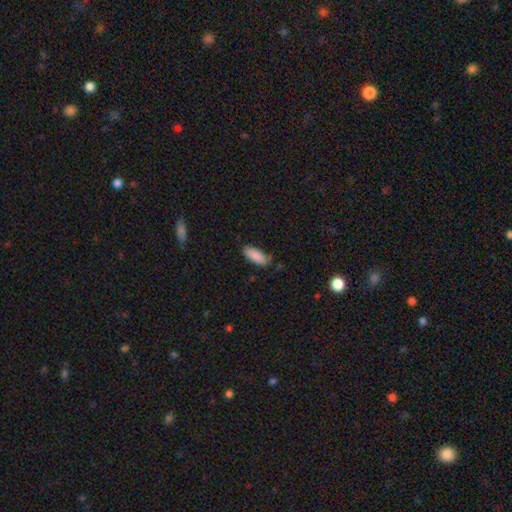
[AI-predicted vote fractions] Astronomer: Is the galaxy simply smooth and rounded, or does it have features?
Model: smooth — 89%.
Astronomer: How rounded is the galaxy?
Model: in between — 77%.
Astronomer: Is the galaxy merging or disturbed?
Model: none — 75%.